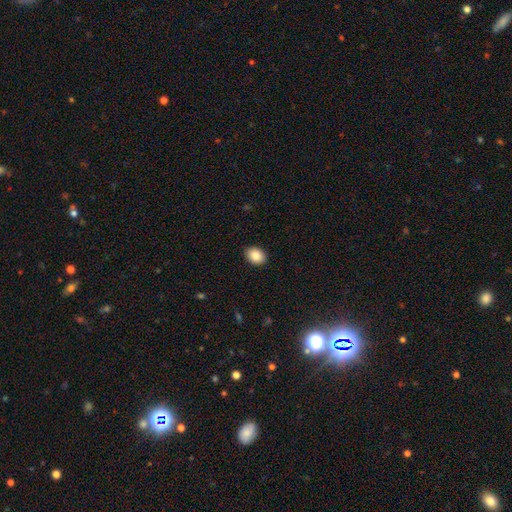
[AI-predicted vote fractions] smooth 88%, star or artifact 8%, featured or disk 4%. Down the decision tree: how rounded — in between (70%); merging — none (90%).